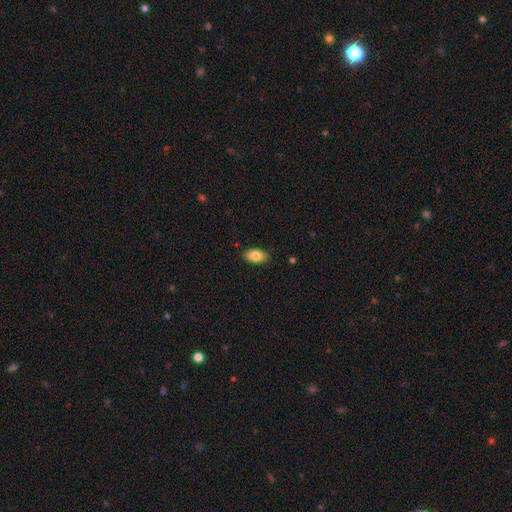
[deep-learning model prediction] Smooth or featured?
  - smooth: 82% *
  - featured or disk: 10%
  - star or artifact: 7%
How rounded?
  - in between: 93% *
  - round: 5%
  - cigar-shaped: 3%
Merging?
  - none: 88% *
  - minor disturbance: 9%
  - major disturbance: 2%
  - merger: 1%